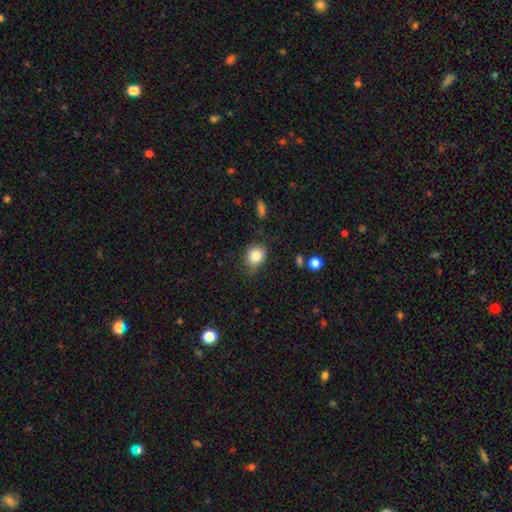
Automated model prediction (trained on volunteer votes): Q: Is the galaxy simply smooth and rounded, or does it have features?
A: smooth — 83%.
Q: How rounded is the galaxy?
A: round — 60%.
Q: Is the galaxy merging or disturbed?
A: none — 68%.